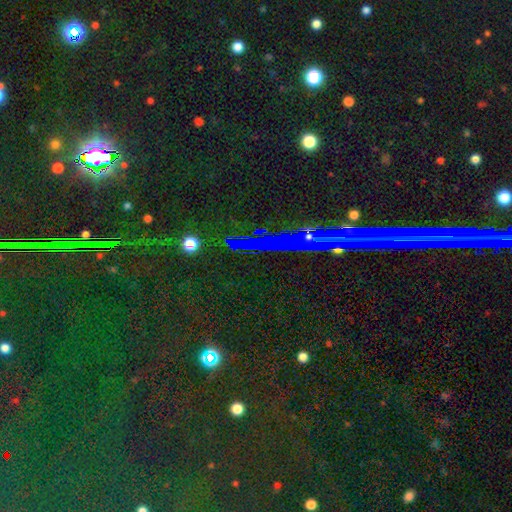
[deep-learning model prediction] Smooth or featured? Predicted: star or artifact (p=0.70).